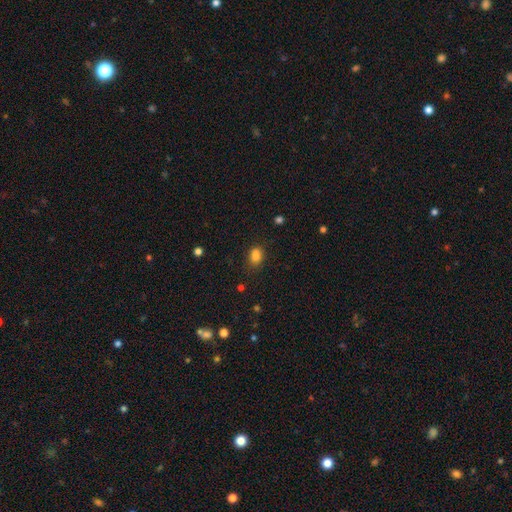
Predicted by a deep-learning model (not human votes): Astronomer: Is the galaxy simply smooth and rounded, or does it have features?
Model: smooth — 80%.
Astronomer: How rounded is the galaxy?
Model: in between — 62% (runner-up: round, 37%).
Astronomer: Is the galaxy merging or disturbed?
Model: none — 66%.